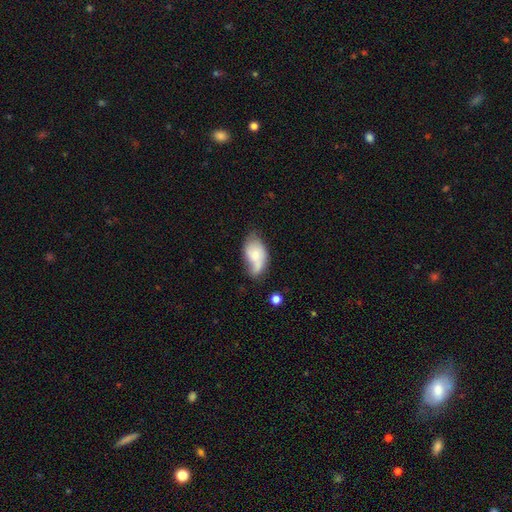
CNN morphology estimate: Smooth or featured?
  - smooth: 56% *
  - featured or disk: 37%
  - star or artifact: 8%
How rounded?
  - in between: 91% *
  - round: 7%
  - cigar-shaped: 2%
Merging?
  - none: 35% *
  - minor disturbance: 33%
  - major disturbance: 20%
  - merger: 12%